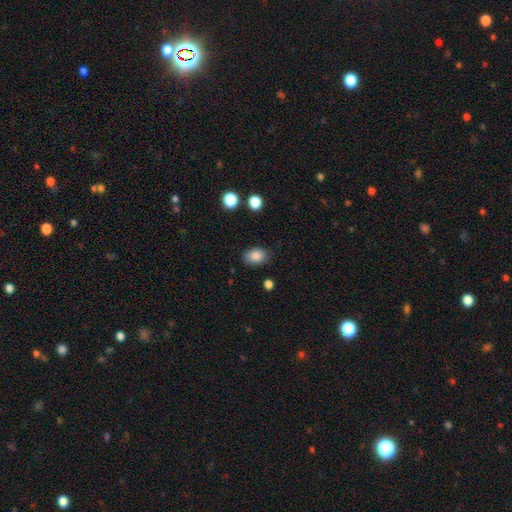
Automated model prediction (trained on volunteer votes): Overall: smooth (86%). How rounded: in between (75%). Merging: none (81%).